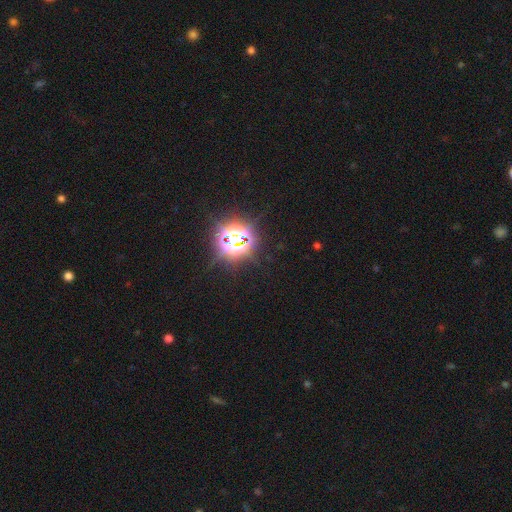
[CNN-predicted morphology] Smooth or featured?
  - star or artifact: 81% *
  - smooth: 14%
  - featured or disk: 5%